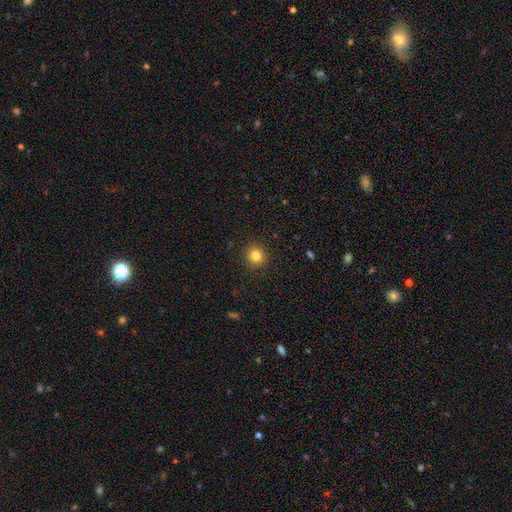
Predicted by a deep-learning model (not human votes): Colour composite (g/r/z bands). It shows a smooth galaxy with no disk features (83%) that is round (92%). Merging: none (91%).